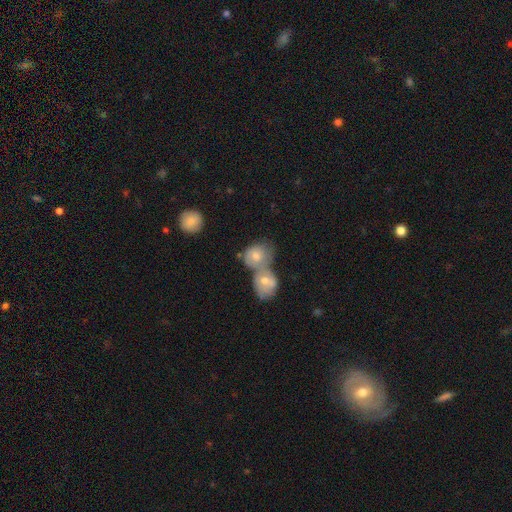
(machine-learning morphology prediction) This appears to be a smooth galaxy with no disk features (64%) that is round (57%). Merging: merger (72%).